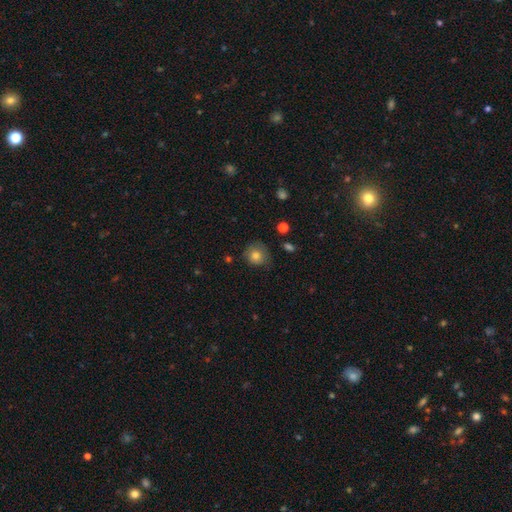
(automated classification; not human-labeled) smooth_or_featured: smooth (p=0.79) [alt: featured or disk p=0.11]
how_rounded: round (p=0.85) [alt: in between p=0.15]
merging: none (p=0.65) [alt: minor disturbance p=0.26]